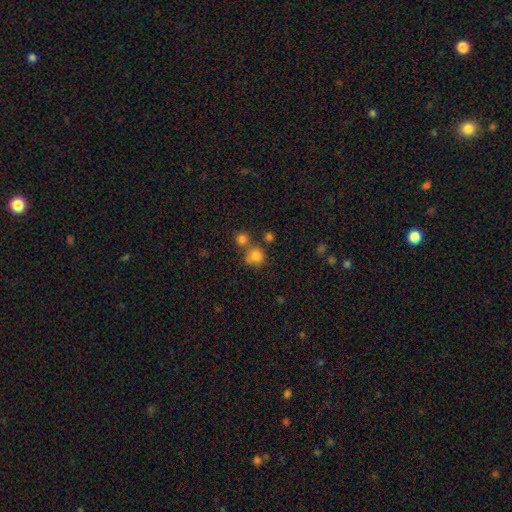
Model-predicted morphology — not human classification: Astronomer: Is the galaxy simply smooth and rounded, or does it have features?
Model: smooth — 78%.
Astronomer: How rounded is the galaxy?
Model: round — 86%.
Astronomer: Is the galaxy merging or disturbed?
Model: none — 58%.